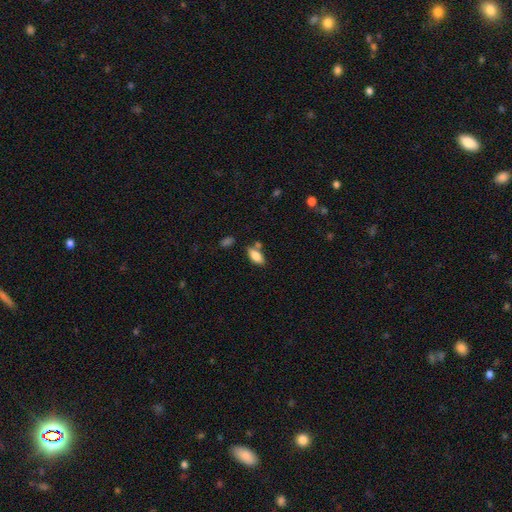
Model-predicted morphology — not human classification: Overall: smooth (80%). How rounded: in between (85%). Merging: none (69%).